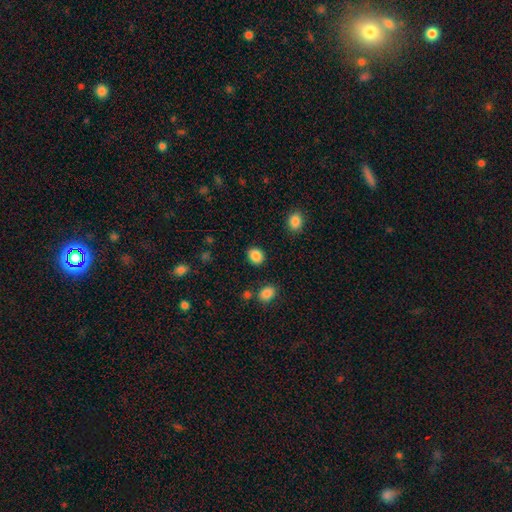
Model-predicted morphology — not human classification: type=smooth (87%); roundness=round (63%); merging=none (88%).